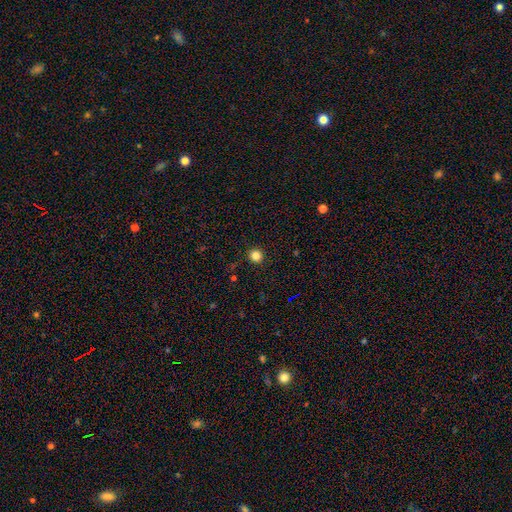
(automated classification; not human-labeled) smooth_or_featured: smooth (p=0.84) [alt: star or artifact p=0.12]
how_rounded: round (p=0.93) [alt: in between p=0.06]
merging: none (p=0.92) [alt: minor disturbance p=0.05]